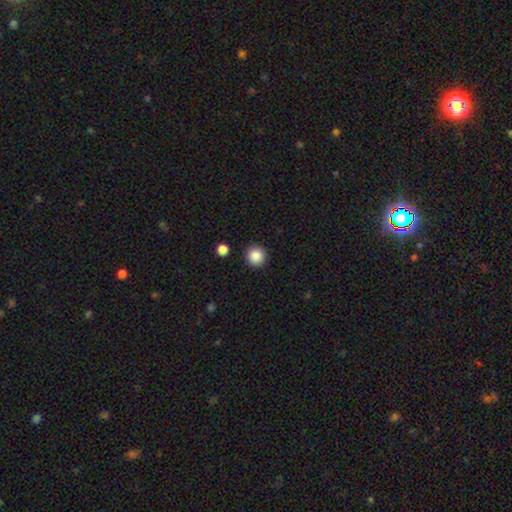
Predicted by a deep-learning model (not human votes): Smooth or featured?
  - smooth: 87% *
  - star or artifact: 9%
  - featured or disk: 4%
How rounded?
  - round: 95% *
  - in between: 4%
  - cigar-shaped: 1%
Merging?
  - none: 92% *
  - minor disturbance: 5%
  - merger: 2%
  - major disturbance: 2%